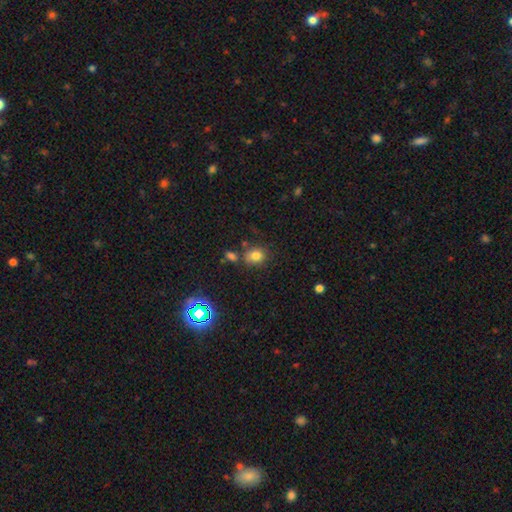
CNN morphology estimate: Smooth or featured?
  - smooth: 77% *
  - star or artifact: 15%
  - featured or disk: 8%
How rounded?
  - round: 61% *
  - in between: 38%
  - cigar-shaped: 1%
Merging?
  - none: 69% *
  - minor disturbance: 15%
  - merger: 12%
  - major disturbance: 5%